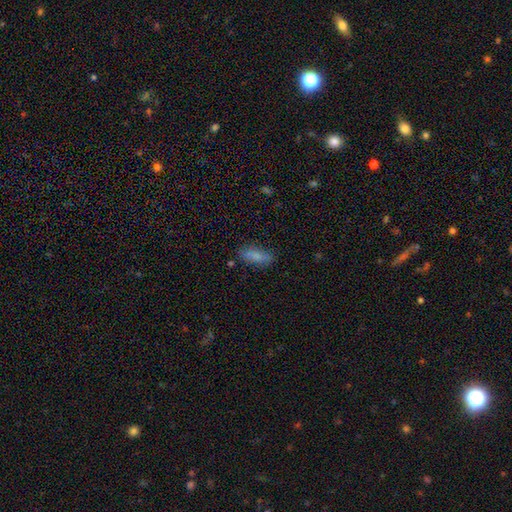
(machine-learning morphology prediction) type=smooth (81%); roundness=in between (65%); merging=none (80%).